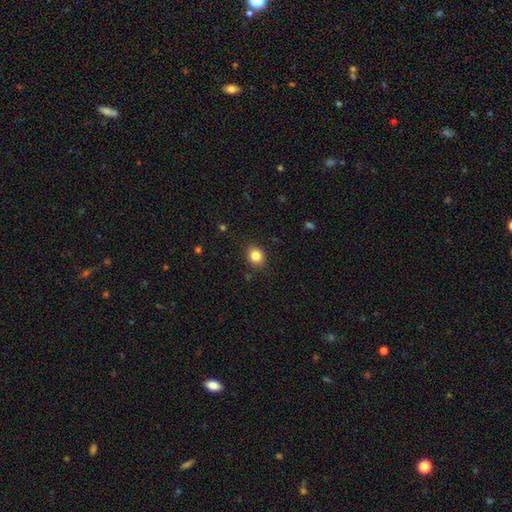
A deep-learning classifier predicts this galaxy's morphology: This appears to be a smooth galaxy with no disk features (83%) that is round (65%). Merging: none (88%).